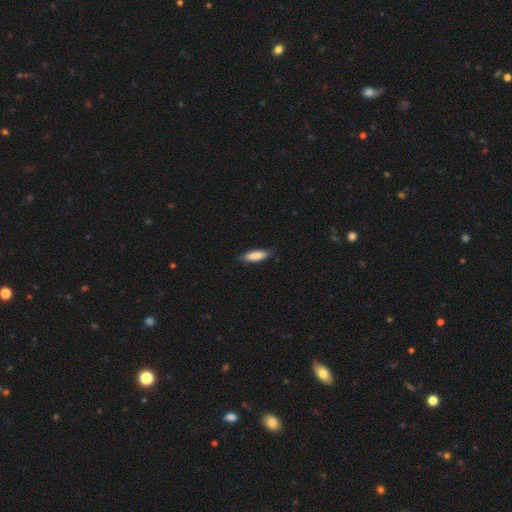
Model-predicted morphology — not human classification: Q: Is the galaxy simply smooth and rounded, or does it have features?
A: smooth — 84%.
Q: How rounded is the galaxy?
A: in between — 55%.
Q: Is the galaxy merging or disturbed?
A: none — 81%.